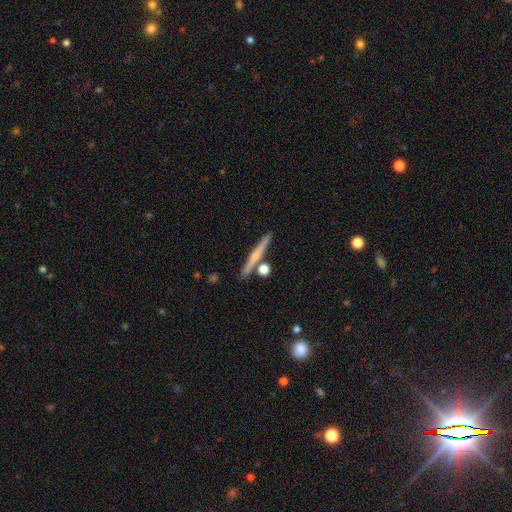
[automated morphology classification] This appears to be a featured or disk galaxy (50%) viewed edge-on (96%). Merging: none (80%).